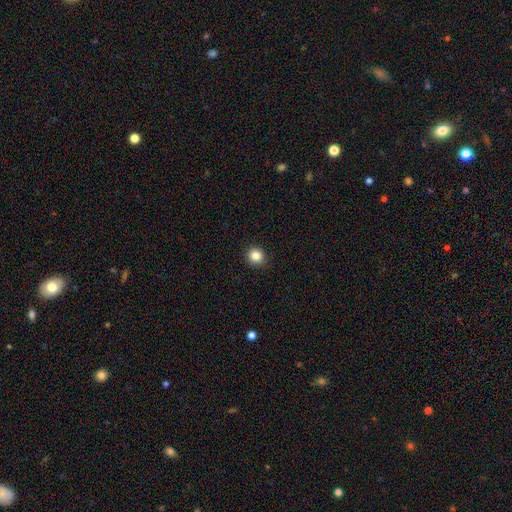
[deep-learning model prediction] Smooth or featured? Predicted: smooth (p=0.84). How rounded? Predicted: round (p=0.87). Merging? Predicted: none (p=0.91).